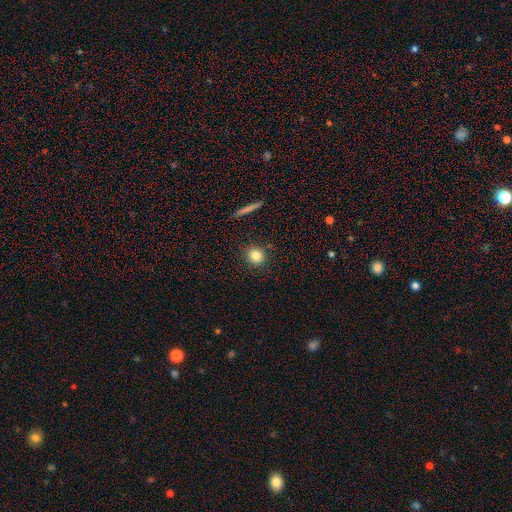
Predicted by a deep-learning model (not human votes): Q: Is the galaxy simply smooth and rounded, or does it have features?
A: smooth — 82%.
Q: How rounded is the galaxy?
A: round — 89%.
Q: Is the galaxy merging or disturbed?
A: none — 89%.